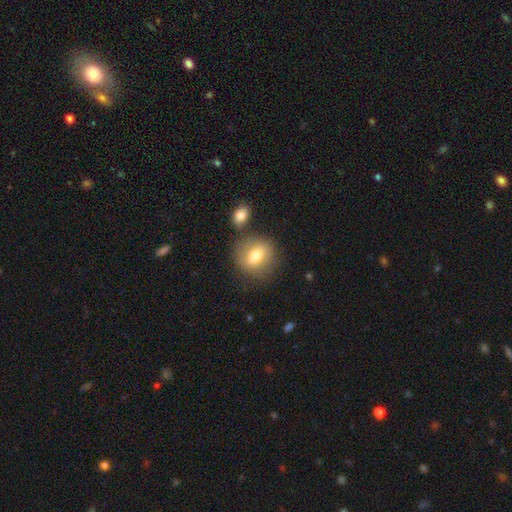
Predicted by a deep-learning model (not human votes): Q: Smooth or featured?
A: smooth (70%); runner-up: featured or disk (22%)
Q: How rounded?
A: round (65%); runner-up: in between (33%)
Q: Merging?
A: none (73%); runner-up: minor disturbance (12%)